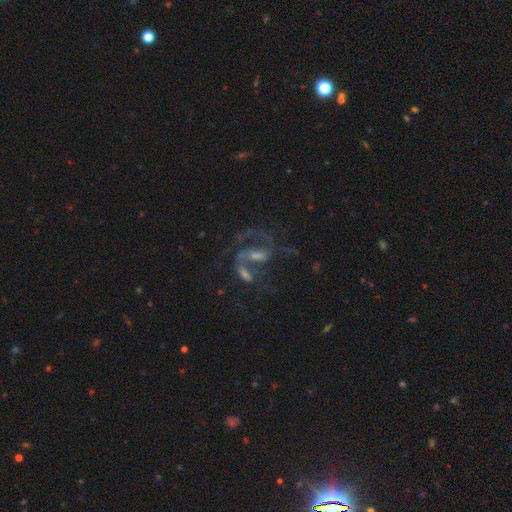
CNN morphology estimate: A featured or disk galaxy (75%) with a weak bar (44%), 2 (77%) medium (47%) spiral arms (87%) and a small central bulge (48%). Merging: none (44%).